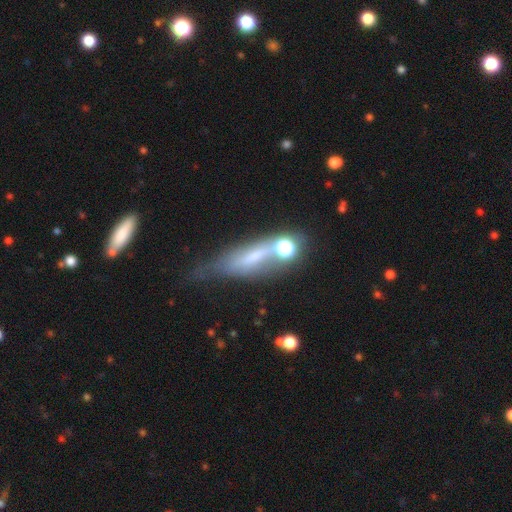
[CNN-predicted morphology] Q: Smooth or featured?
A: featured or disk (49%); runner-up: smooth (37%)
Q: Merging?
A: none (45%); runner-up: minor disturbance (24%)